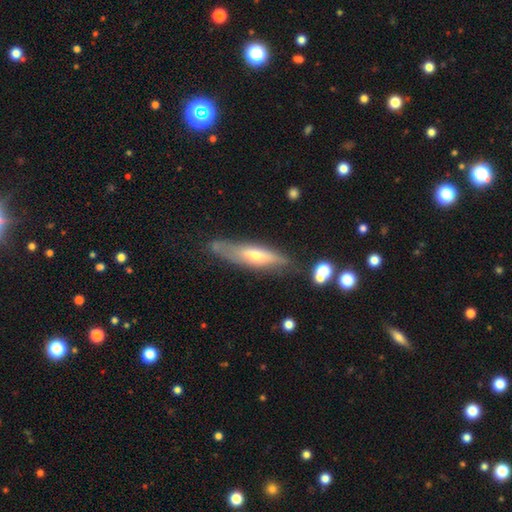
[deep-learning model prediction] smooth-or-featured: featured or disk: 52% | smooth: 41% | star or artifact: 7%
  disk-edge-on: yes: 71% | no: 29%
  merging: none: 70% | minor disturbance: 21% | major disturbance: 6% | merger: 4%